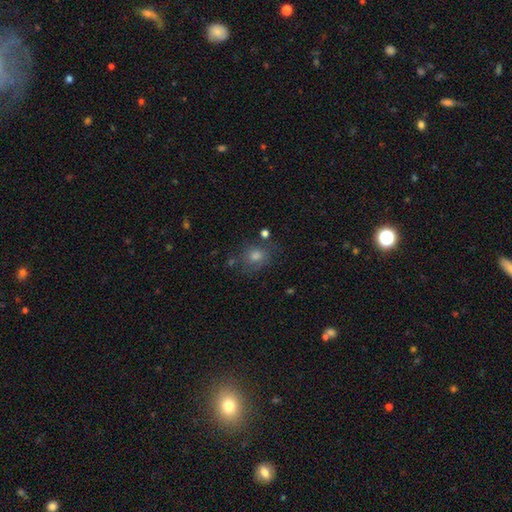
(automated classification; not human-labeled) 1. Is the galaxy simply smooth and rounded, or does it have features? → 60% smooth, 25% star or artifact, 15% featured or disk.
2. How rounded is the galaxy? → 74% round, 25% in between, 1% cigar-shaped.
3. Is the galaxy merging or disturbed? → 73% none, 15% minor disturbance, 7% major disturbance, 5% merger.